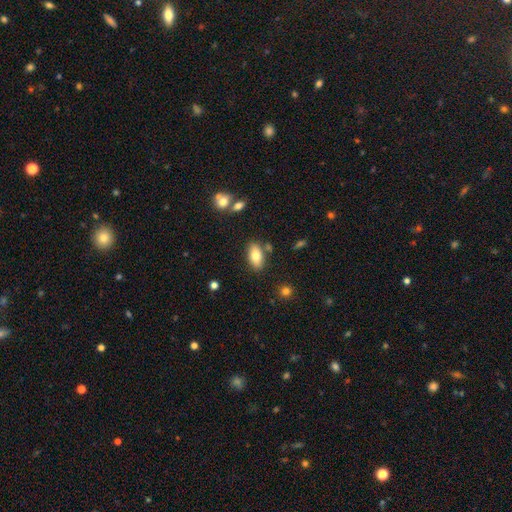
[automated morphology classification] A smooth galaxy with no disk features (78%) that is in between round and cigar-shaped (90%). Merging: none (79%).